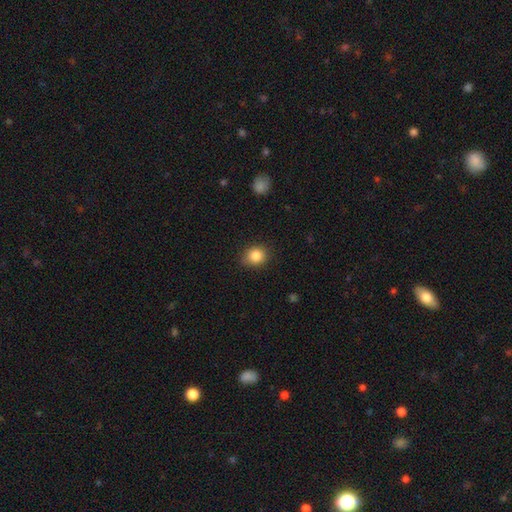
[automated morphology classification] type=smooth (85%); roundness=round (73%); merging=none (83%).